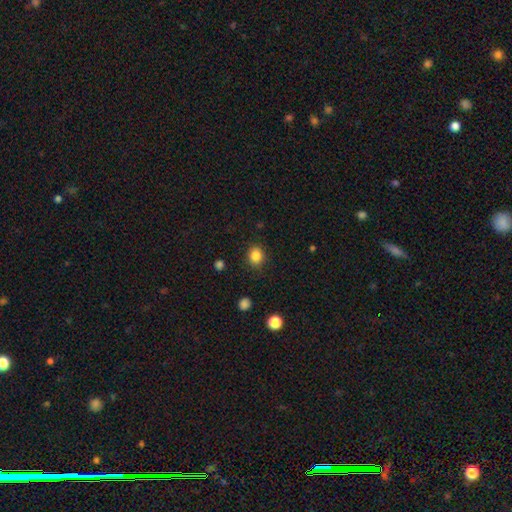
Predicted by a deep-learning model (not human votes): Q: Smooth or featured?
A: smooth (85%); runner-up: star or artifact (11%)
Q: How rounded?
A: round (67%); runner-up: in between (32%)
Q: Merging?
A: none (87%); runner-up: minor disturbance (9%)